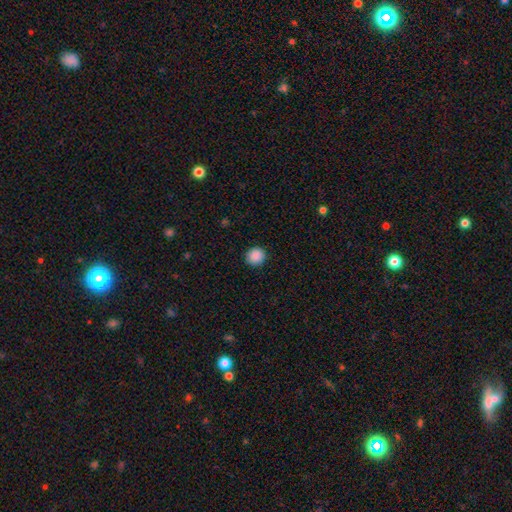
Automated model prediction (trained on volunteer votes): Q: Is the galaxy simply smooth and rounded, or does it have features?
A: smooth — 89%.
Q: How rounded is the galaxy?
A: round — 91%.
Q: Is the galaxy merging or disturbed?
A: none — 92%.